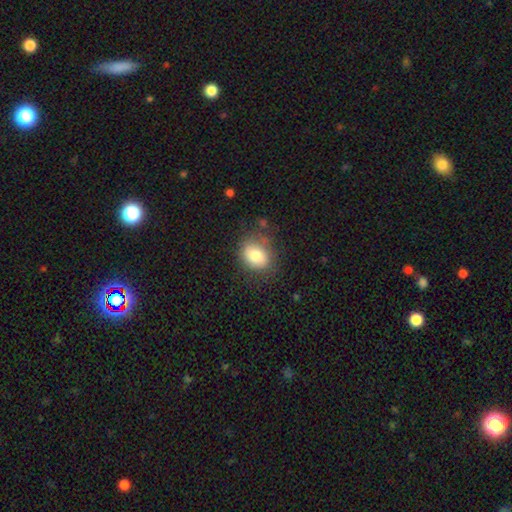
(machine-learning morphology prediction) smooth_or_featured: smooth (p=0.79) [alt: featured or disk p=0.12]
how_rounded: in between (p=0.52) [alt: round p=0.47]
merging: none (p=0.73) [alt: minor disturbance p=0.18]